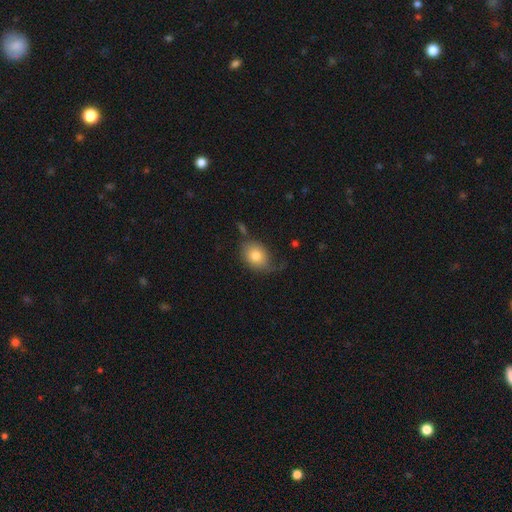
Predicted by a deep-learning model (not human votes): Smooth or featured? Predicted: smooth (p=0.79). How rounded? Predicted: in between (p=0.64). Merging? Predicted: none (p=0.56).